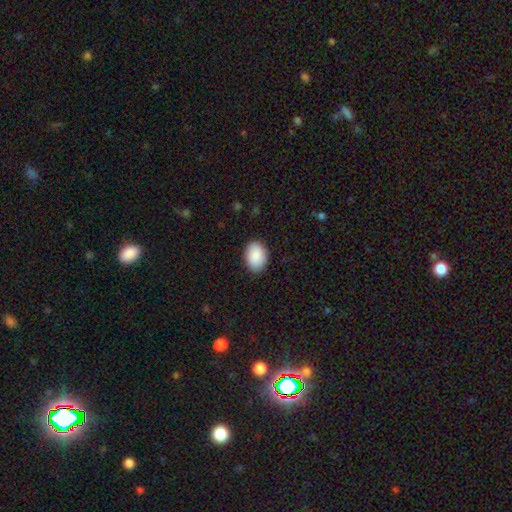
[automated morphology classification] smooth 90%, star or artifact 6%, featured or disk 4%. Down the decision tree: how rounded — in between (83%); merging — none (87%).